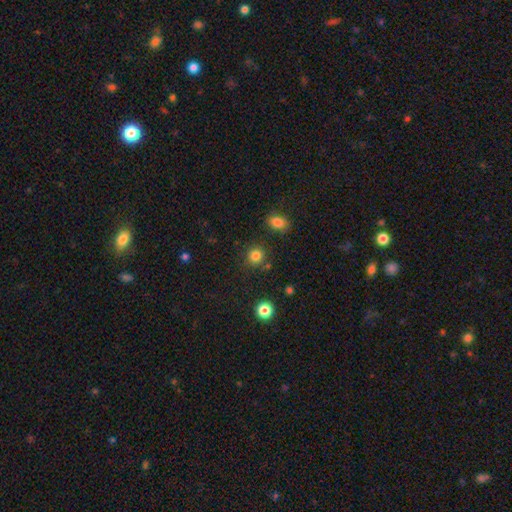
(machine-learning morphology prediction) This appears to be a smooth galaxy with no disk features (83%) that is round (88%). Merging: none (84%).